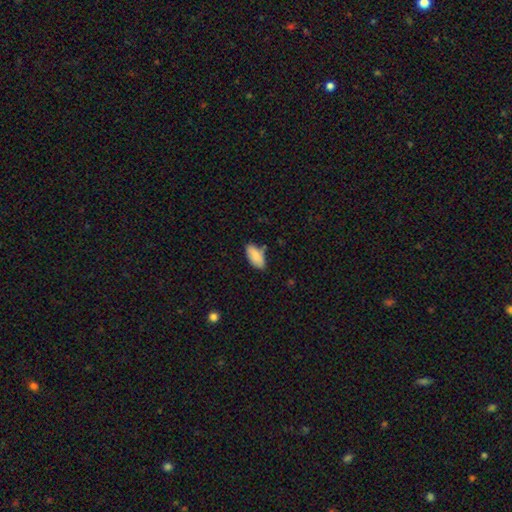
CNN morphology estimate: A smooth galaxy with no disk features (84%) that is in between round and cigar-shaped (90%).

Vote fractions:
- Smooth or featured? smooth: 84% / featured or disk: 9% / star or artifact: 7%
- How rounded? in between: 90% / cigar-shaped: 8% / round: 2%
- Merging? none: 72% / minor disturbance: 20% / merger: 5% / major disturbance: 3%